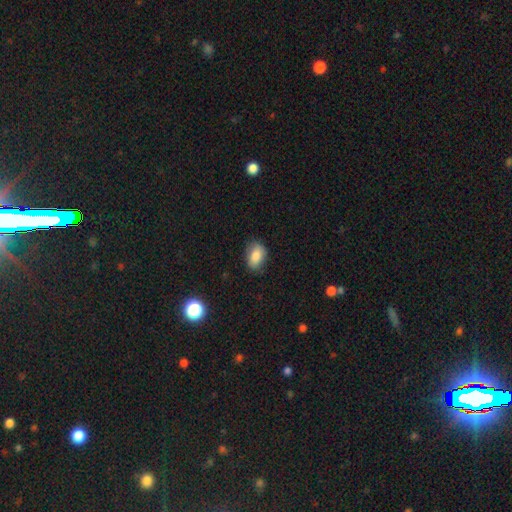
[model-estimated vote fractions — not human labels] A smooth galaxy with no disk features (83%) that is in between round and cigar-shaped (83%).

Vote fractions:
- Smooth or featured? smooth: 83% / star or artifact: 9% / featured or disk: 8%
- How rounded? in between: 83% / round: 16% / cigar-shaped: 2%
- Merging? none: 79% / minor disturbance: 17% / major disturbance: 3% / merger: 1%